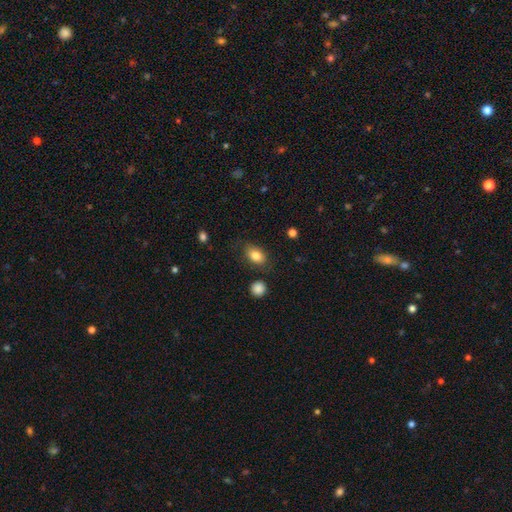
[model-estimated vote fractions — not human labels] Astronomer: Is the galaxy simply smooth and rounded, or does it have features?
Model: smooth — 83%.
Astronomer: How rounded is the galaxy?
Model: in between — 82%.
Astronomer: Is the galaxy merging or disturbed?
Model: none — 75%.